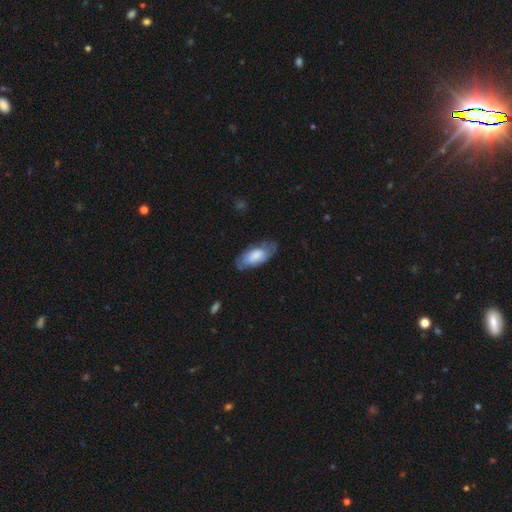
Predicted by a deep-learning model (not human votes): Smooth or featured? smooth (62%)
How rounded? in between (88%)
Merging? none (64%)